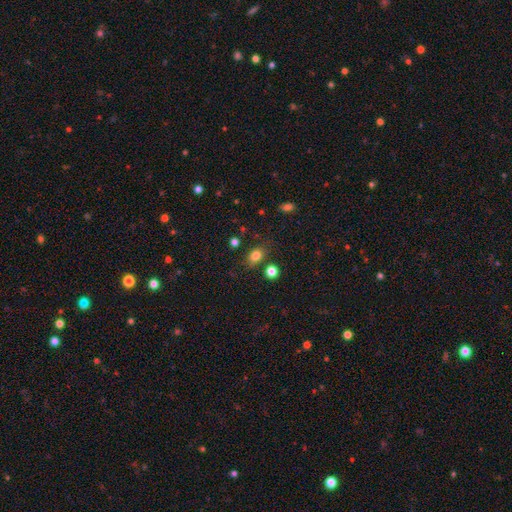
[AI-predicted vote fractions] Morphology: type=smooth (80%); roundness=in between (58%); merging=none (73%).